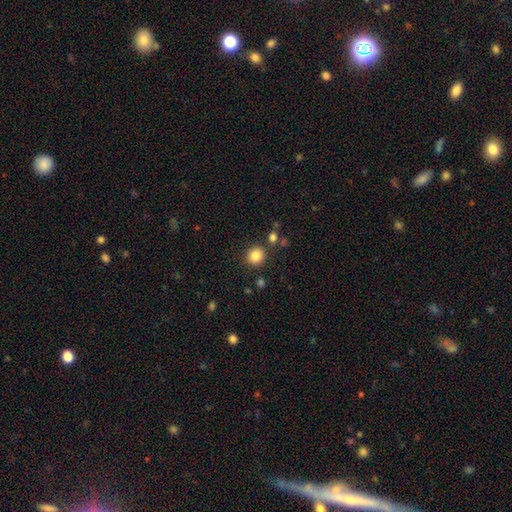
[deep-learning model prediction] This appears to be a smooth galaxy with no disk features (85%) that is round (88%). Merging: none (86%).